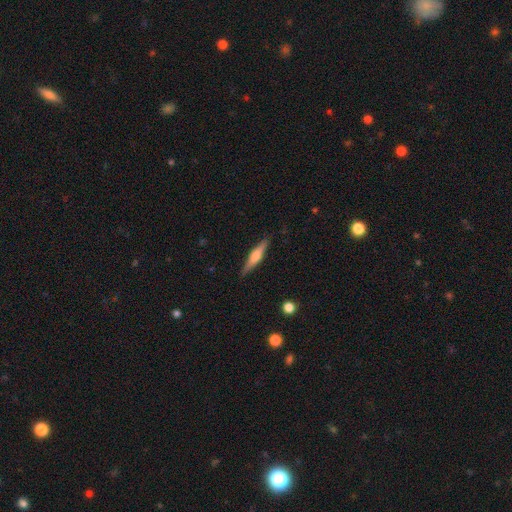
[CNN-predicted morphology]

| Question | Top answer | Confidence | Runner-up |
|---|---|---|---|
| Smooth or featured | featured or disk | 54% | smooth (40%) |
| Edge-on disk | yes | 96% | no (4%) |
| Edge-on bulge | rounded | 84% | boxy (10%) |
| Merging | none | 88% | minor disturbance (9%) |